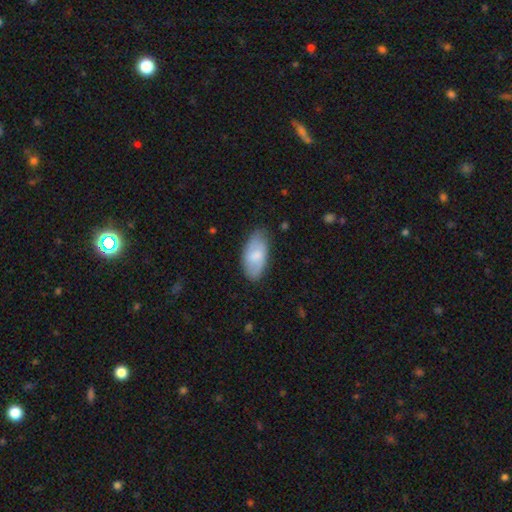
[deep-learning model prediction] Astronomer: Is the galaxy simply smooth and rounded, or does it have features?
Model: smooth — 74%.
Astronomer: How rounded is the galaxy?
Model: in between — 94%.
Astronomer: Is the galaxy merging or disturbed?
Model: none — 76%.